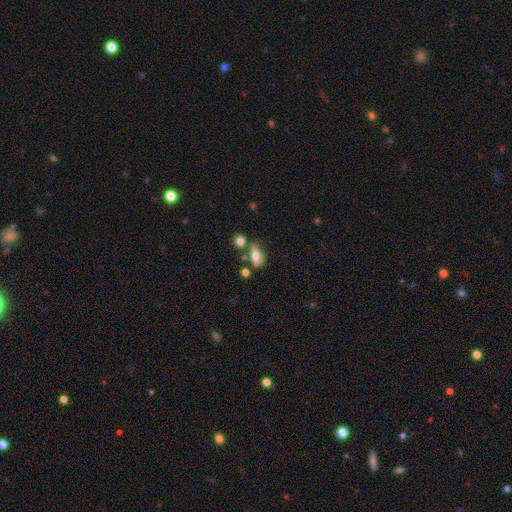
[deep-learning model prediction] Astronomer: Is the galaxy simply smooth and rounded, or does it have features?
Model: smooth — 58%.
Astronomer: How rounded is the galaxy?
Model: in between — 80%.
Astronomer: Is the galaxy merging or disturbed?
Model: none — 43% (runner-up: merger, 24%).